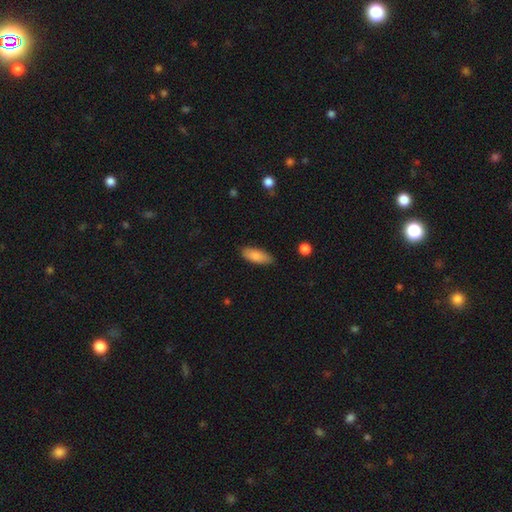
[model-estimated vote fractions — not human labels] Smooth or featured: smooth — 85% (featured or disk — 9%)
How rounded: in between — 76% (cigar-shaped — 23%)
Merging: none — 82% (minor disturbance — 14%)